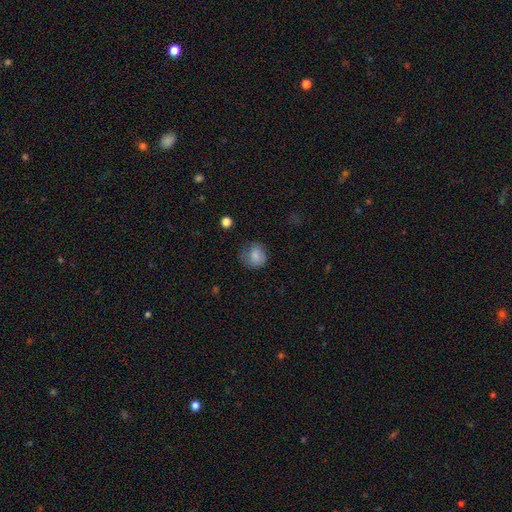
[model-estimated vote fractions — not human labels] Morphology: type=smooth (83%); roundness=round (77%); merging=none (61%).